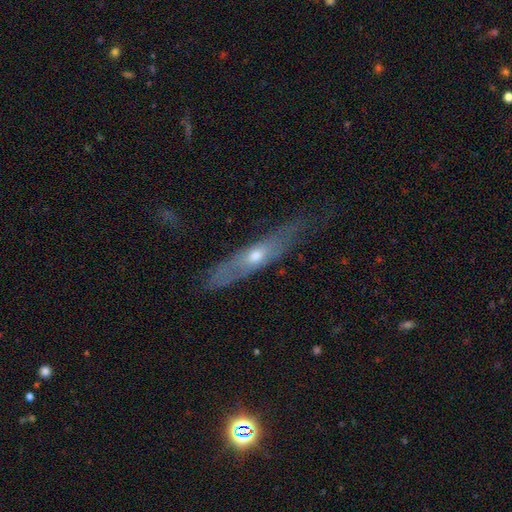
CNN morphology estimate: Smooth or featured? featured or disk (57%)
Edge-on disk? yes (63%)
Merging? none (68%)